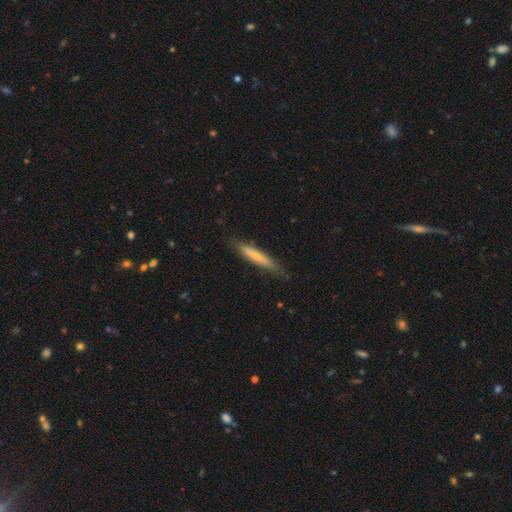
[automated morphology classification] smooth 62%, featured or disk 32%, star or artifact 6%. Down the decision tree: how rounded — cigar-shaped (92%); merging — none (80%).